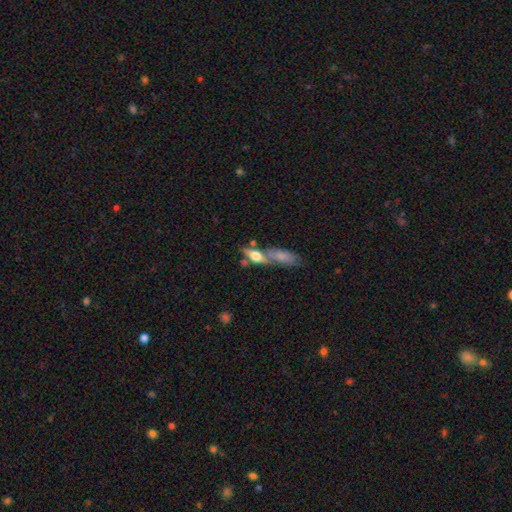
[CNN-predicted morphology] A smooth galaxy with no disk features (48%). Merging: merger (44%).